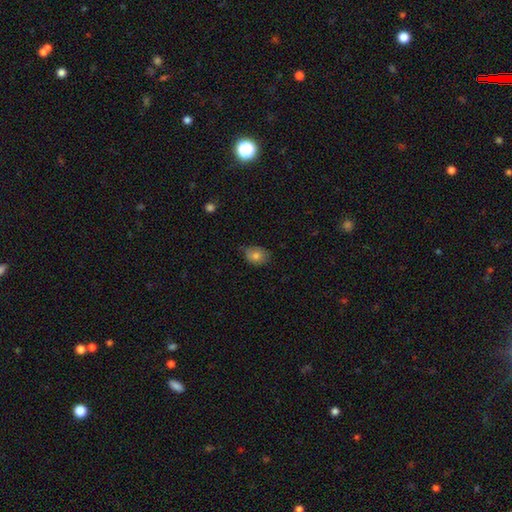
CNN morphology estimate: type=smooth (79%); roundness=in between (63%); merging=none (62%).